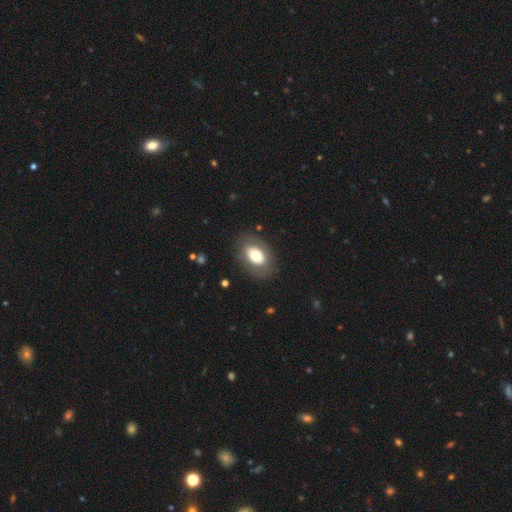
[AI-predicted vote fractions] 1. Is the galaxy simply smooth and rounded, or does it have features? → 70% smooth, 23% featured or disk, 7% star or artifact.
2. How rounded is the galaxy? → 85% in between, 14% round, 1% cigar-shaped.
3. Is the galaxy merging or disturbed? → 83% none, 11% minor disturbance, 5% major disturbance, 1% merger.